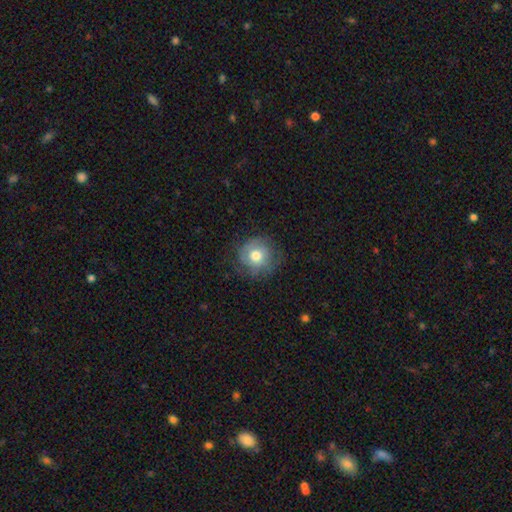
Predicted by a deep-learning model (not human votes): This is possibly a smooth galaxy (59%). How rounded: clearly round (89%). Merging: likely none (68%).